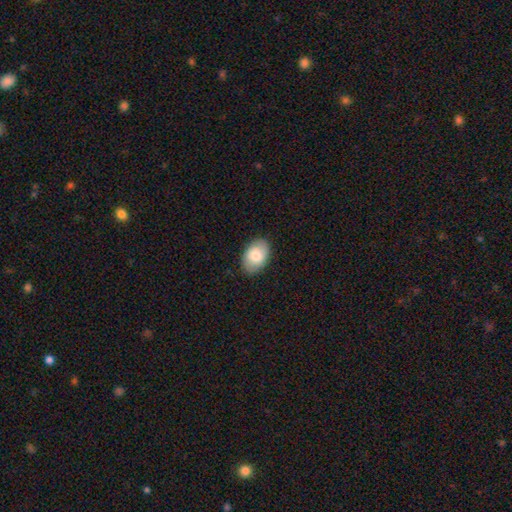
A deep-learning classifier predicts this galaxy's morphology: Overall: smooth (79%). How rounded: in between (89%). Merging: none (87%).